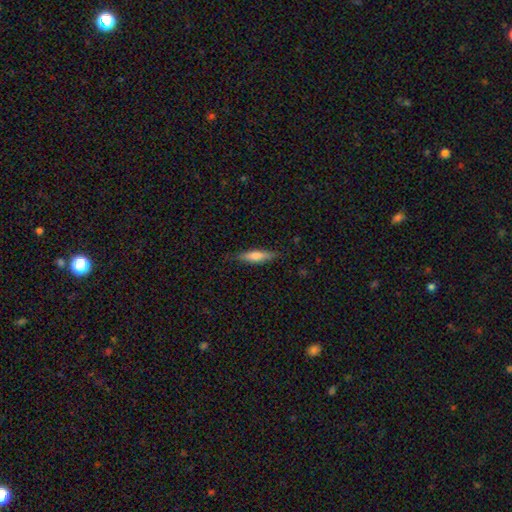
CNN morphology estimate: type=smooth (63%); roundness=cigar-shaped (77%); merging=none (84%).